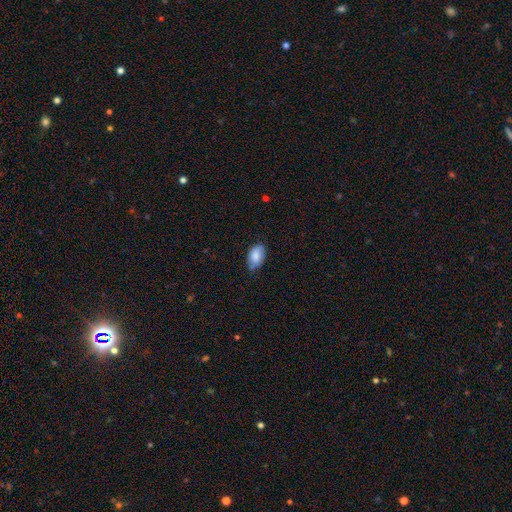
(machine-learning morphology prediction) Smooth or featured? smooth (79%)
How rounded? in between (91%)
Merging? none (70%)